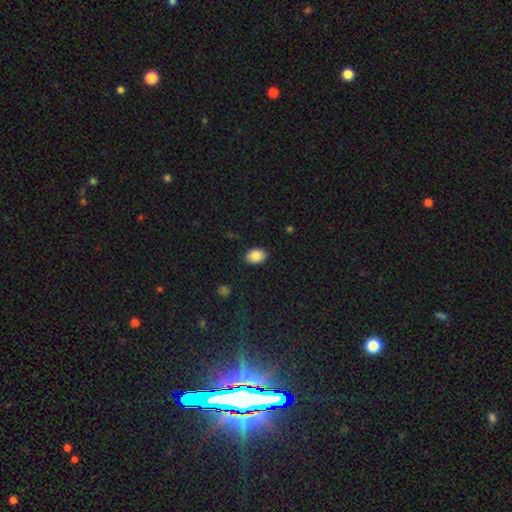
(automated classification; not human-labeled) smooth 88%, star or artifact 8%, featured or disk 4%. Down the decision tree: how rounded — in between (82%); merging — none (87%).